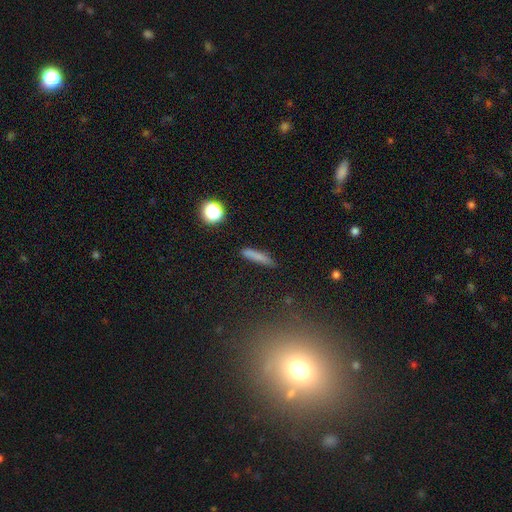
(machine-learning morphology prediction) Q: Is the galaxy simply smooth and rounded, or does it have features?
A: smooth — 76%.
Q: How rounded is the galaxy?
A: cigar-shaped — 87%.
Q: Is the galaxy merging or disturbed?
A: none — 80%.